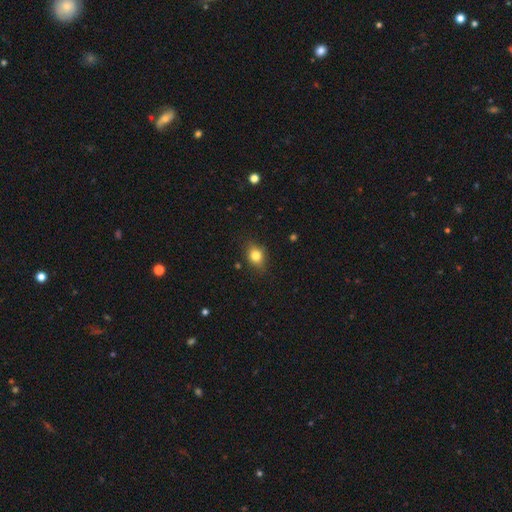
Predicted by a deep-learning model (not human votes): This is likely a smooth galaxy (79%). How rounded: possibly in between (54%). Merging: likely none (80%).